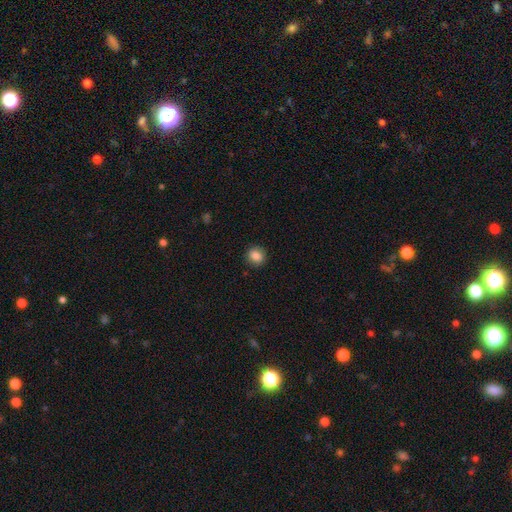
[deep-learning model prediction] smooth-or-featured: smooth: 87% | star or artifact: 9% | featured or disk: 4%
  how-rounded: round: 78% | in between: 21% | cigar-shaped: 1%
  merging: none: 89% | minor disturbance: 7% | major disturbance: 2% | merger: 1%